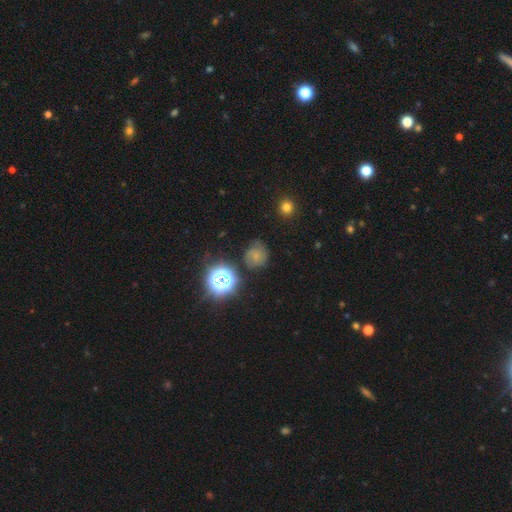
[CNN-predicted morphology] type=smooth (53%); roundness=round (80%); merging=none (64%).